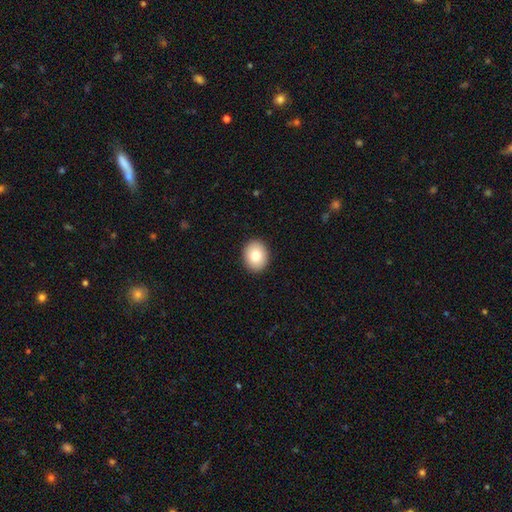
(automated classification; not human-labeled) smooth_or_featured: smooth (p=0.79) [alt: featured or disk p=0.13]
how_rounded: round (p=0.55) [alt: in between p=0.45]
merging: none (p=0.91) [alt: minor disturbance p=0.06]